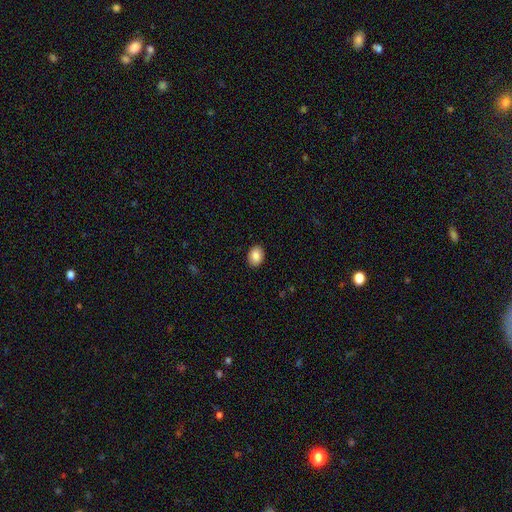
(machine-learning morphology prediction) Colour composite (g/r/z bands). It shows a smooth galaxy with no disk features (87%) that is in between round and cigar-shaped (67%). Merging: none (90%).